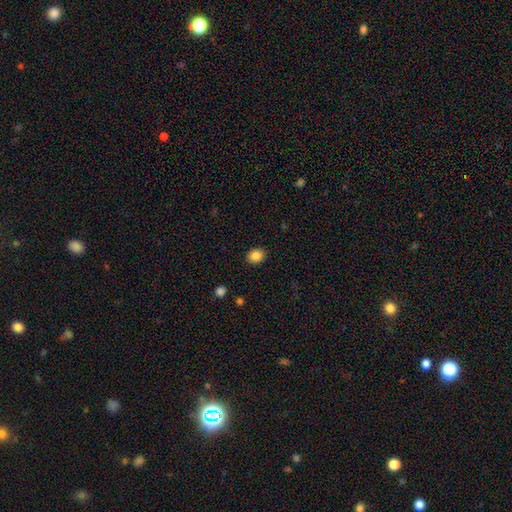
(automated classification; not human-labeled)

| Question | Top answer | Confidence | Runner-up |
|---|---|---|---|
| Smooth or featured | smooth | 86% | star or artifact (9%) |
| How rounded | in between | 50% | round (49%) |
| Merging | none | 89% | minor disturbance (8%) |